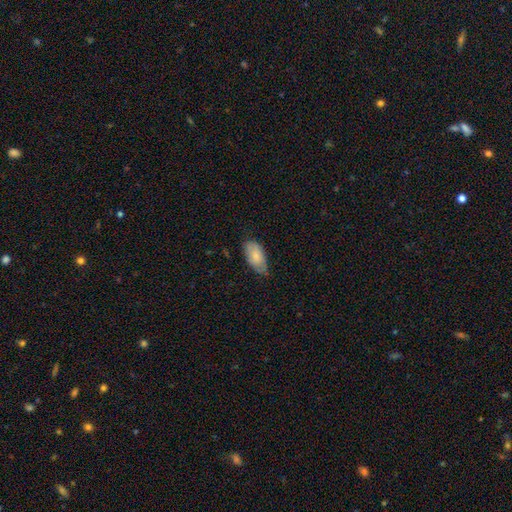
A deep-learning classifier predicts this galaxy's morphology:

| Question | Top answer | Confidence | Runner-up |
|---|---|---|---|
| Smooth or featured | smooth | 74% | featured or disk (20%) |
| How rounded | in between | 94% | cigar-shaped (3%) |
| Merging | none | 64% | minor disturbance (30%) |